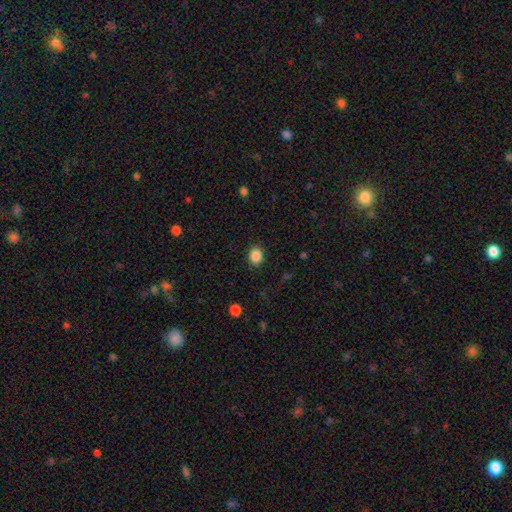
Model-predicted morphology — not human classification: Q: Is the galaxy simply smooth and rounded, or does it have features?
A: smooth — 87%.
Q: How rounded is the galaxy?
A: round — 60%.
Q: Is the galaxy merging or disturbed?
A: none — 89%.